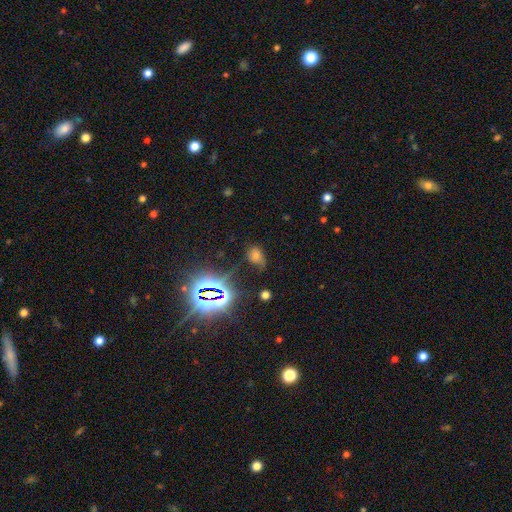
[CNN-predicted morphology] Smooth or featured?
  - star or artifact: 44% * (tied)
  - smooth: 44% * (tied)
  - featured or disk: 13%